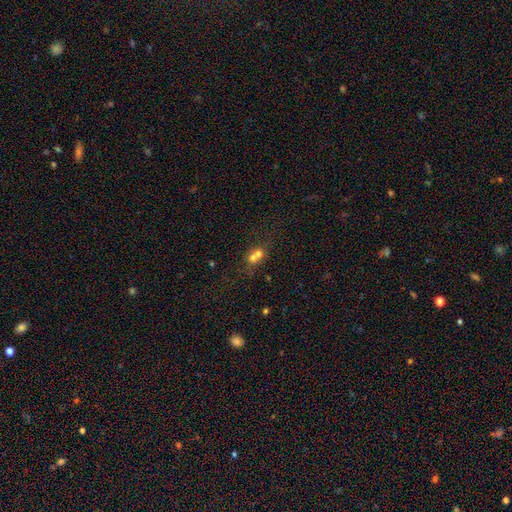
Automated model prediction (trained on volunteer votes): A smooth galaxy with no disk features (62%) that is round (74%).

Vote fractions:
- Smooth or featured? smooth: 62% / featured or disk: 21% / star or artifact: 17%
- How rounded? round: 74% / in between: 25% / cigar-shaped: 1%
- Merging? merger: 65% / none: 27% / minor disturbance: 5% / major disturbance: 3%